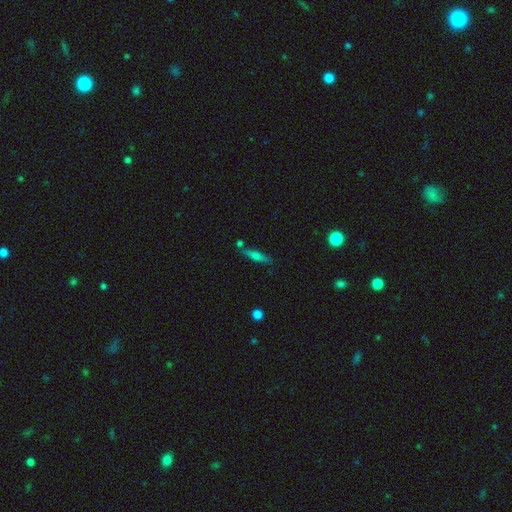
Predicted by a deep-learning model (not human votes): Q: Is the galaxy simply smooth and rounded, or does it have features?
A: smooth — 48%.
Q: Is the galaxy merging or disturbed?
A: none — 76%.